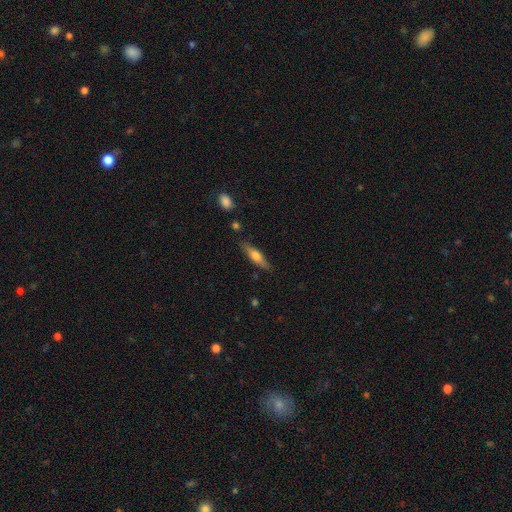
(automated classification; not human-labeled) Smooth or featured: smooth — 54% (featured or disk — 40%)
How rounded: cigar-shaped — 69% (in between — 29%)
Merging: none — 82% (minor disturbance — 13%)